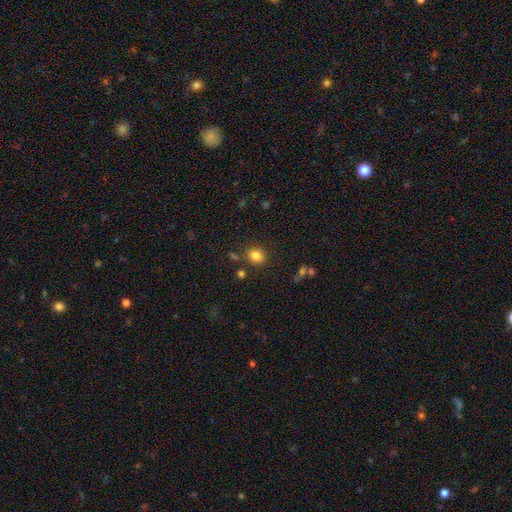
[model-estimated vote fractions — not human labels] Smooth or featured? smooth (82%)
How rounded? round (68%)
Merging? none (82%)